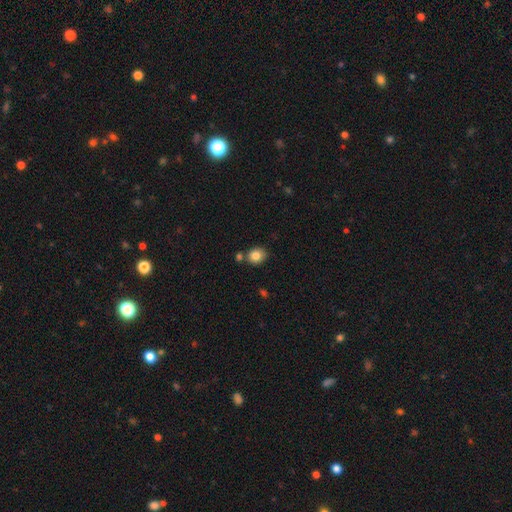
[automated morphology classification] This is clearly a smooth galaxy (84%). How rounded: likely round (63%). Merging: likely none (73%).